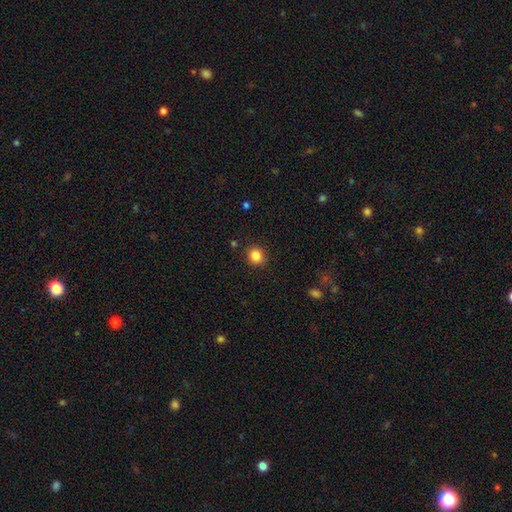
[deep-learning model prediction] A smooth galaxy with no disk features (85%) that is round (82%). Merging: none (89%).